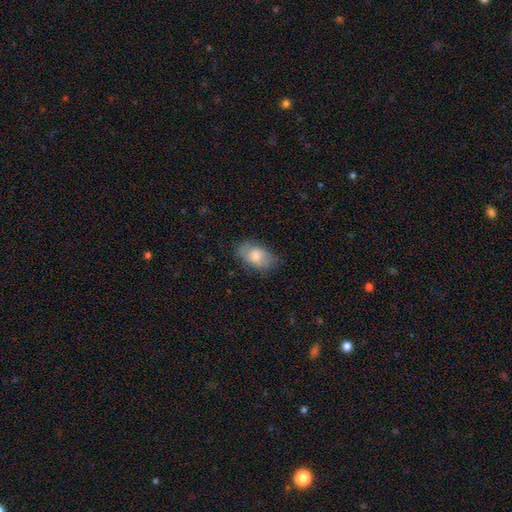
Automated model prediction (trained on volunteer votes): Smooth or featured: smooth — 76% (featured or disk — 17%)
How rounded: in between — 91% (round — 7%)
Merging: none — 70% (minor disturbance — 23%)